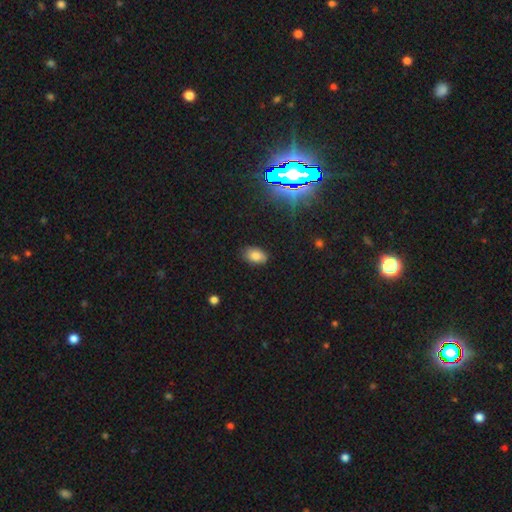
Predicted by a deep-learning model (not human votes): This appears to be a smooth galaxy with no disk features (81%) that is in between round and cigar-shaped (89%). Merging: none (82%).